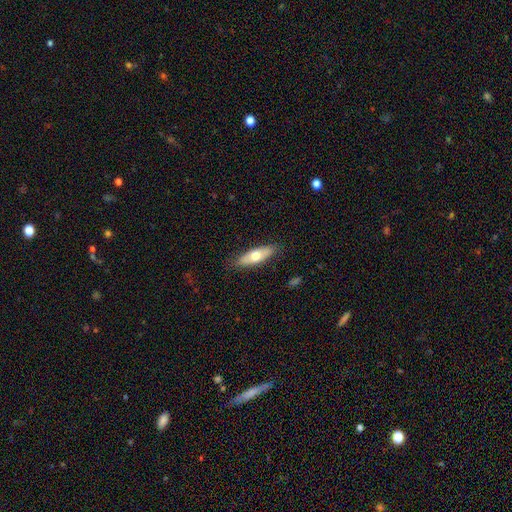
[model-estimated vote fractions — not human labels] This appears to be a smooth galaxy with no disk features (63%) that is in between round and cigar-shaped (54%). Merging: none (84%).